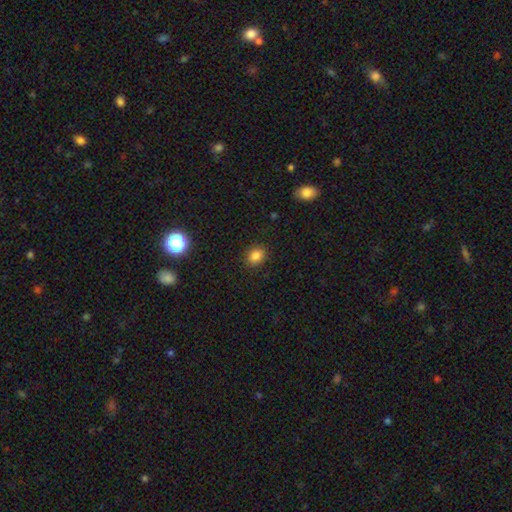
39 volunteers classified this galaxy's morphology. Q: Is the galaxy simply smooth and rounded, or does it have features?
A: smooth — 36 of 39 (92%).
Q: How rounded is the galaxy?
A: in between — 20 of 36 (56%).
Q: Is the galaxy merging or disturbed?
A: none — 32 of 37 (86%).